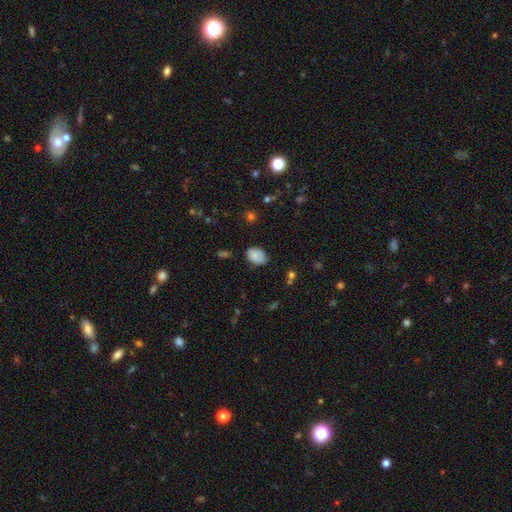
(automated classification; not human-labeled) Morphology: type=smooth (77%); roundness=in between (78%); merging=none (63%).